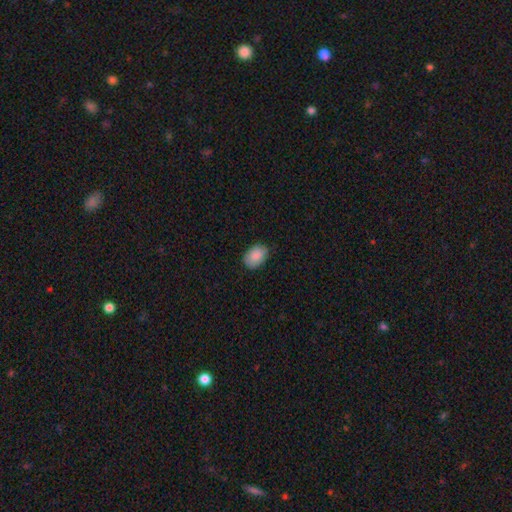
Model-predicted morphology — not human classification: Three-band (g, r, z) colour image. It shows a smooth galaxy with no disk features (89%) that is in between round and cigar-shaped (83%). Merging: none (85%).